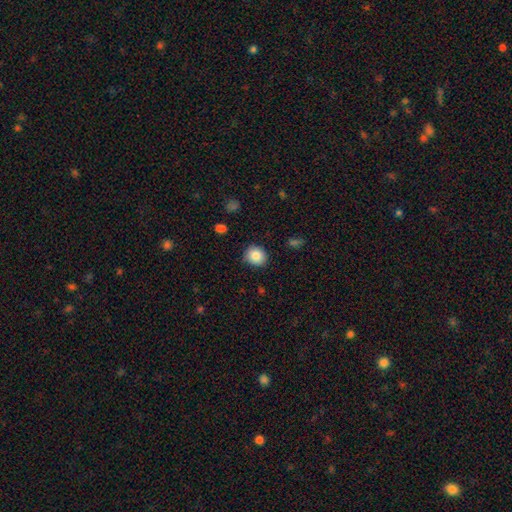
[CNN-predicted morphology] smooth 86%, star or artifact 9%, featured or disk 5%. Down the decision tree: how rounded — round (79%); merging — none (84%).